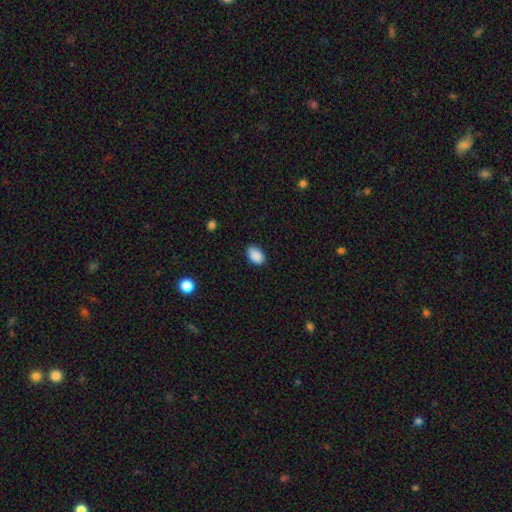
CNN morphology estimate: A smooth galaxy with no disk features (89%) that is in between round and cigar-shaped (88%). Merging: none (82%).